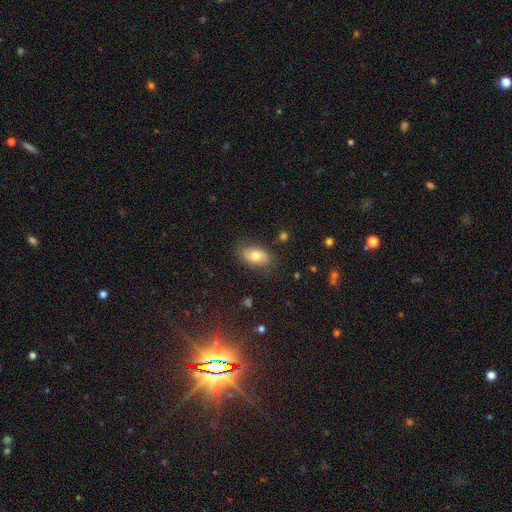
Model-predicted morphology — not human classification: Overall: smooth (72%). How rounded: in between (92%). Merging: none (81%).